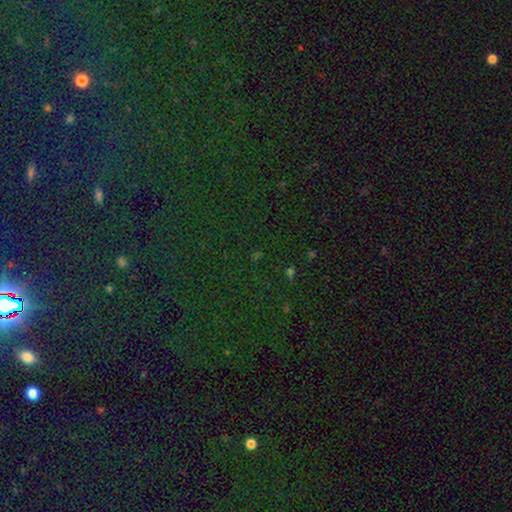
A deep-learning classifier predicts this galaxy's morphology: Q: Smooth or featured?
A: star or artifact (80%); runner-up: smooth (12%)